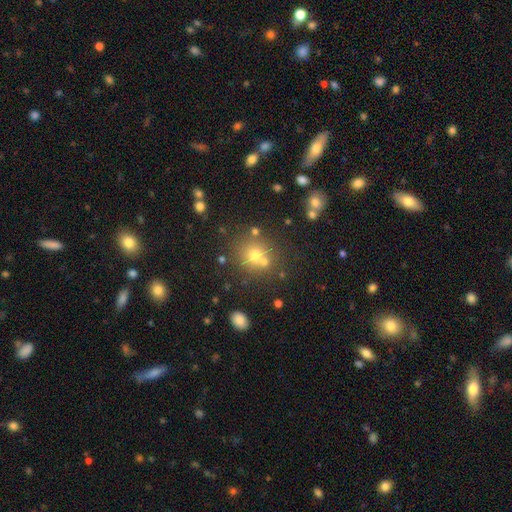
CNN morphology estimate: Q: Smooth or featured?
A: smooth (66%); runner-up: star or artifact (20%)
Q: How rounded?
A: round (86%); runner-up: in between (13%)
Q: Merging?
A: none (65%); runner-up: merger (22%)